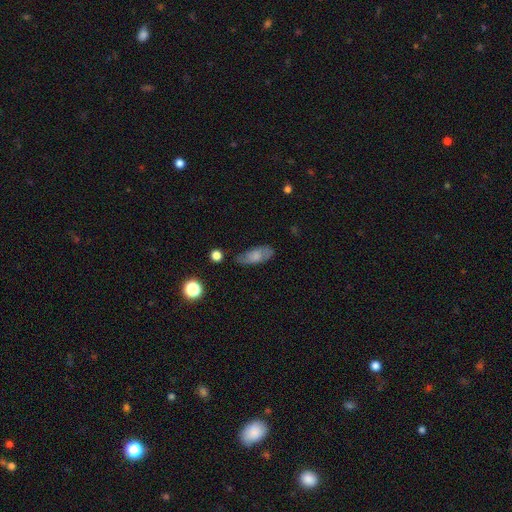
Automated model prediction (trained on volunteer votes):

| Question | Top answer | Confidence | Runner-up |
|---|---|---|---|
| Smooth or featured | smooth | 66% | featured or disk (26%) |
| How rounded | in between | 81% | cigar-shaped (16%) |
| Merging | none | 65% | minor disturbance (25%) |